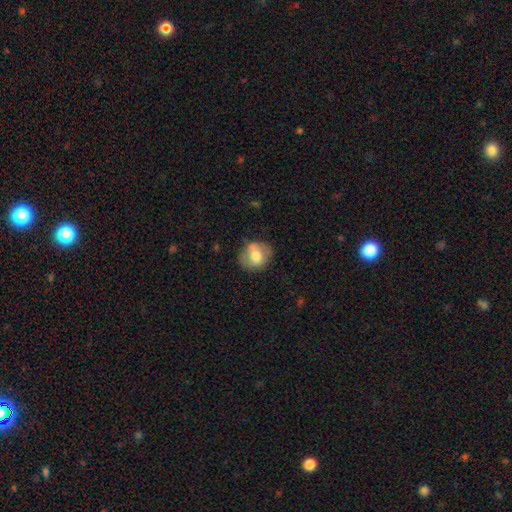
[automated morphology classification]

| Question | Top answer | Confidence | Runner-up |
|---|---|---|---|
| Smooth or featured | smooth | 66% | featured or disk (26%) |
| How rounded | round | 69% | in between (30%) |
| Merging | none | 65% | minor disturbance (22%) |